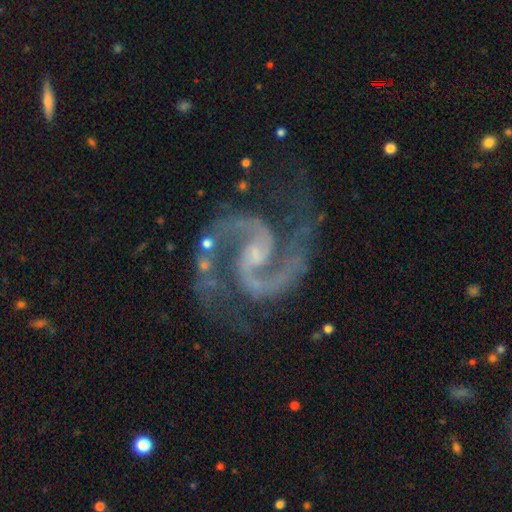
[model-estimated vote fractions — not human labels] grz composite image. It shows a featured or disk galaxy (95%) with a weak bar (48%), 2 (94%) medium (72%) spiral arms (99%) and a small central bulge (60%). Merging: none (72%).